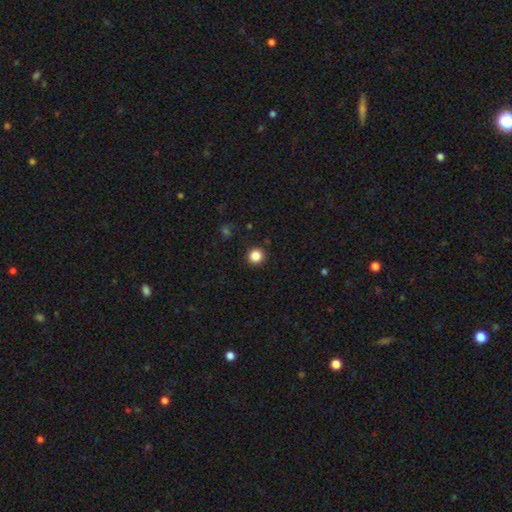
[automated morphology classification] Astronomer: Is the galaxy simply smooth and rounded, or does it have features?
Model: smooth — 86%.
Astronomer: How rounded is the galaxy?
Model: round — 95%.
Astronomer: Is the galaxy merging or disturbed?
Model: none — 92%.